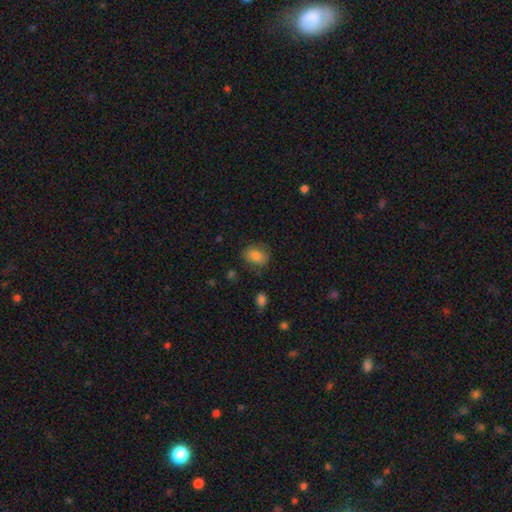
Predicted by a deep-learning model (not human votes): The model was most divided on "how rounded": in between: 58%, round: 41%, cigar-shaped: 1%. More confident: smooth or featured — smooth (81%); merging — none (74%).